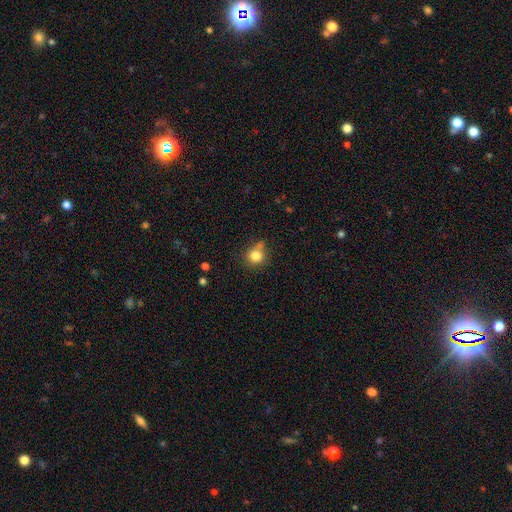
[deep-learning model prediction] Morphology: type=smooth (81%); roundness=round (84%); merging=none (62%).